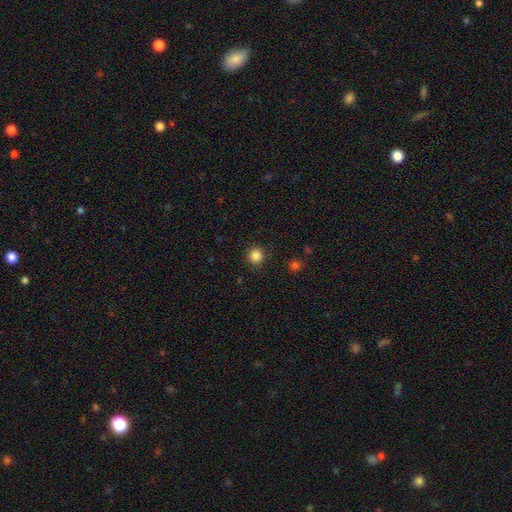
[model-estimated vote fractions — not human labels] Overall: smooth (86%). How rounded: round (93%). Merging: none (91%).